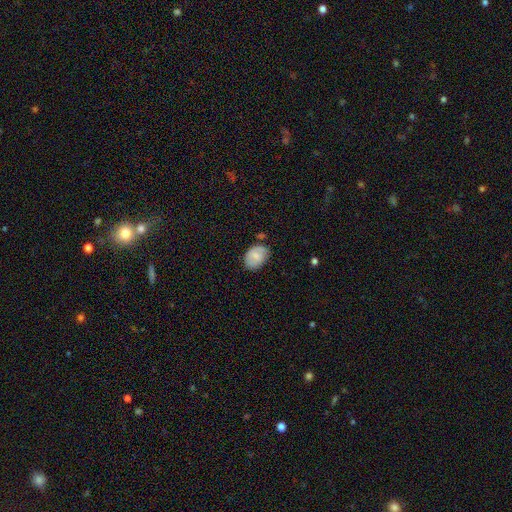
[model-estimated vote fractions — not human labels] smooth 69%, featured or disk 23%, star or artifact 7%. Down the decision tree: how rounded — in between (79%); merging — none (66%).